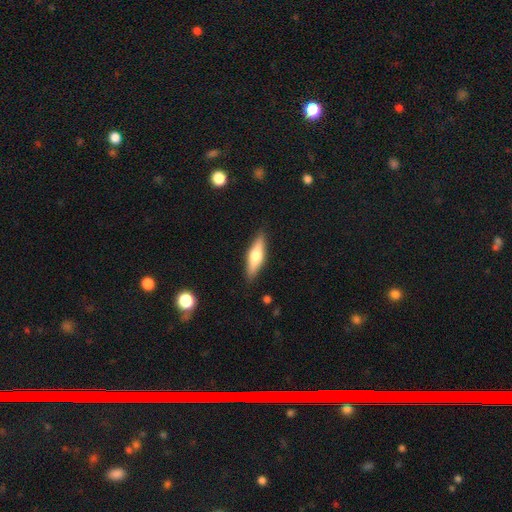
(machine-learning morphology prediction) Overall: featured or disk (48%; smooth 46%). Merging: none (88%).